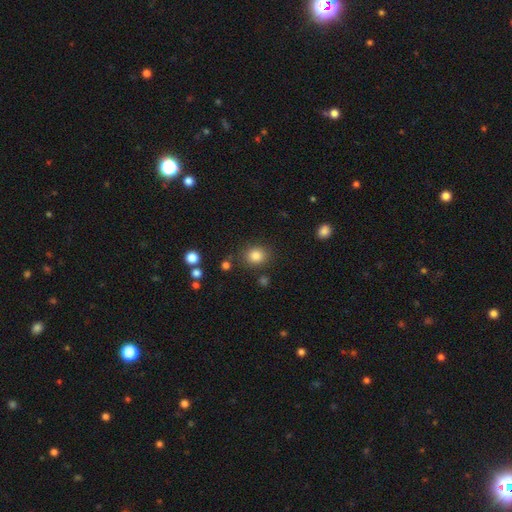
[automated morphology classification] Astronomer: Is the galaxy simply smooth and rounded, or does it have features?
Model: smooth — 84%.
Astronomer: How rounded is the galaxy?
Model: round — 72%.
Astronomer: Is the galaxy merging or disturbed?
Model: none — 83%.